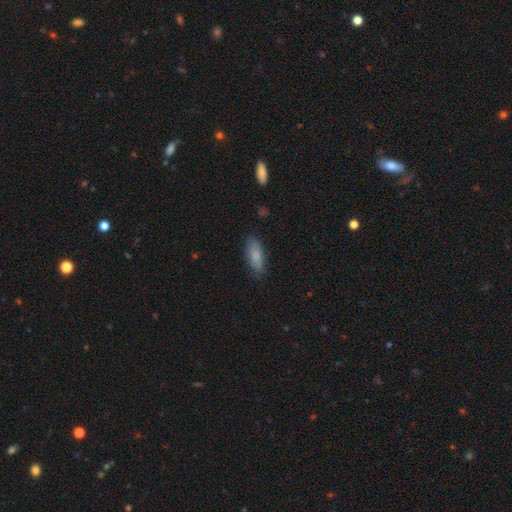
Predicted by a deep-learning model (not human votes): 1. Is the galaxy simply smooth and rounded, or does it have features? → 83% smooth, 10% featured or disk, 7% star or artifact.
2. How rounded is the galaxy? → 70% in between, 28% cigar-shaped, 2% round.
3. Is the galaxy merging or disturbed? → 83% none, 13% minor disturbance, 3% major disturbance, 1% merger.